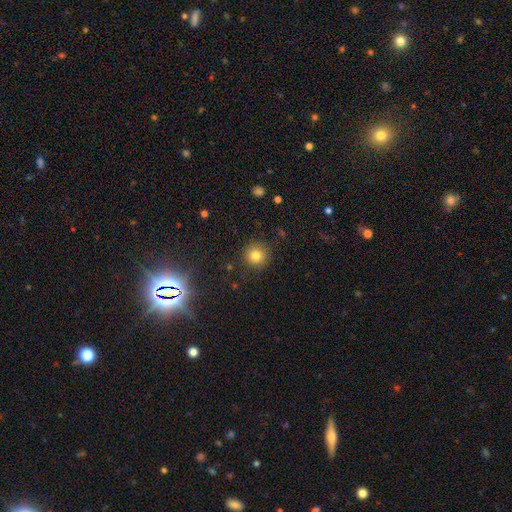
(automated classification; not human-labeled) The model was most divided on "smooth or featured": smooth: 80%, star or artifact: 13%, featured or disk: 7%. More confident: how rounded — round (93%); merging — none (88%).